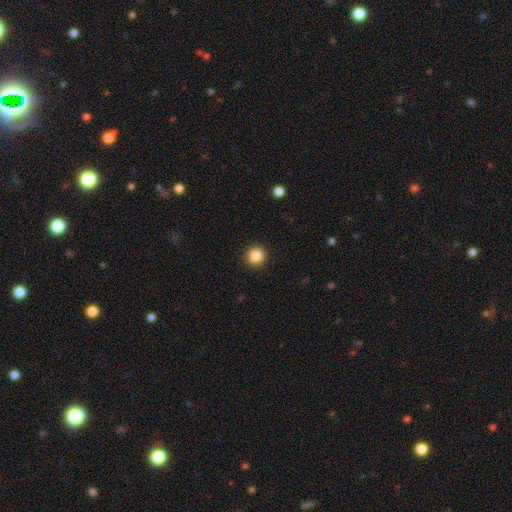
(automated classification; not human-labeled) A smooth galaxy with no disk features (86%) that is round (95%). Merging: none (92%).